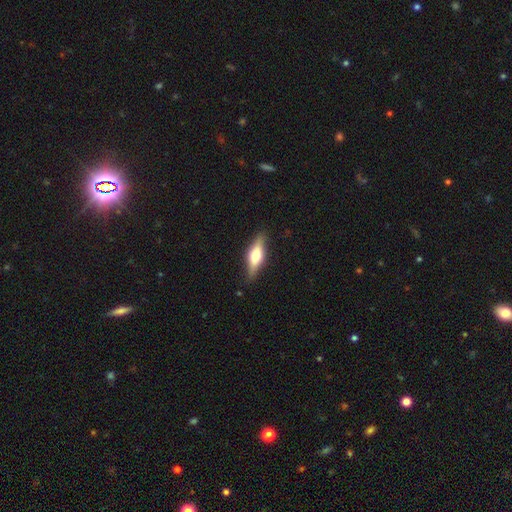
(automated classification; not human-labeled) Morphology: type=featured or disk (51%); edge-on=yes (91%); merging=none (85%).